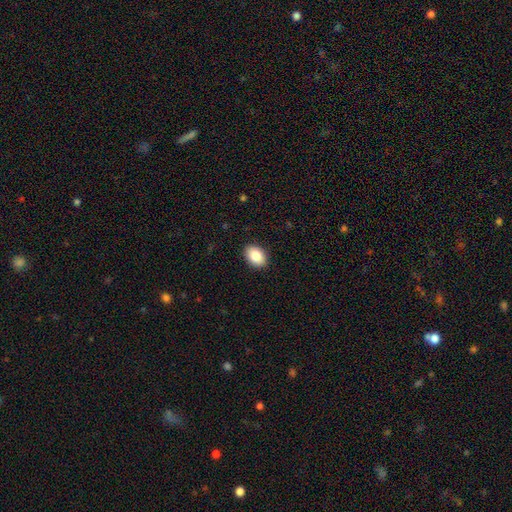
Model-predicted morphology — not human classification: Smooth or featured?
  - smooth: 87% *
  - star or artifact: 7%
  - featured or disk: 6%
How rounded?
  - in between: 82% *
  - round: 17%
  - cigar-shaped: 1%
Merging?
  - none: 90% *
  - minor disturbance: 7%
  - major disturbance: 2%
  - merger: 1%